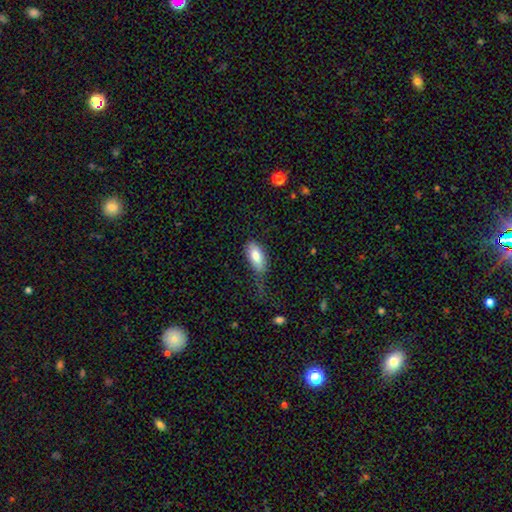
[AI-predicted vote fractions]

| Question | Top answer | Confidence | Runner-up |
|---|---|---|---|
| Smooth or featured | smooth | 81% | featured or disk (13%) |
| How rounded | in between | 90% | cigar-shaped (8%) |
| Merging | none | 41% | minor disturbance (34%) |